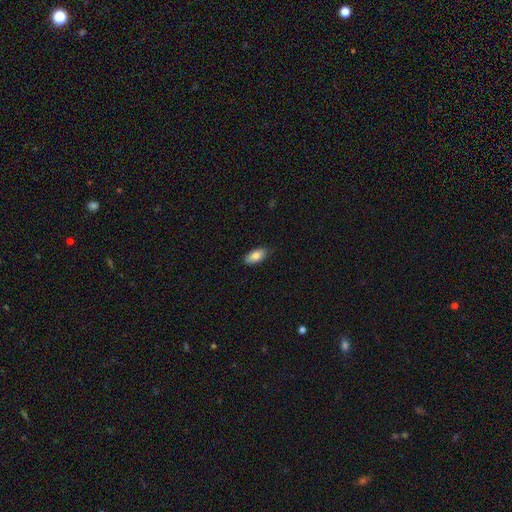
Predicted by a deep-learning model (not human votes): Overall: smooth (84%). How rounded: in between (92%). Merging: none (85%).